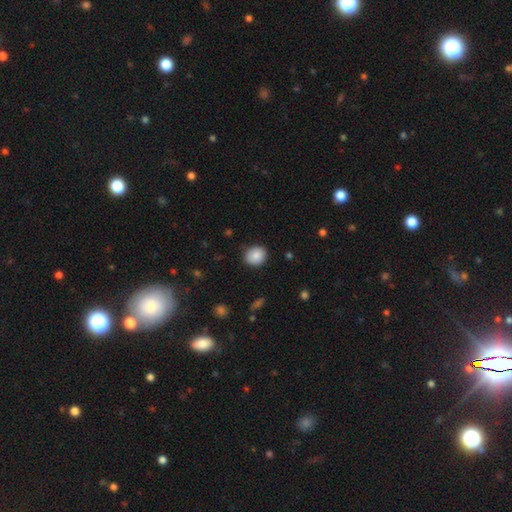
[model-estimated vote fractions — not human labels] smooth 86%, star or artifact 8%, featured or disk 6%. Down the decision tree: how rounded — round (78%); merging — none (87%).